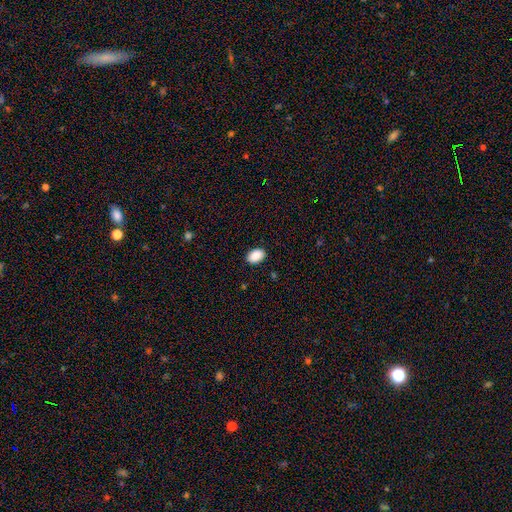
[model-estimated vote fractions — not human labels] This appears to be a smooth galaxy with no disk features (90%) that is in between round and cigar-shaped (86%). Merging: none (89%).